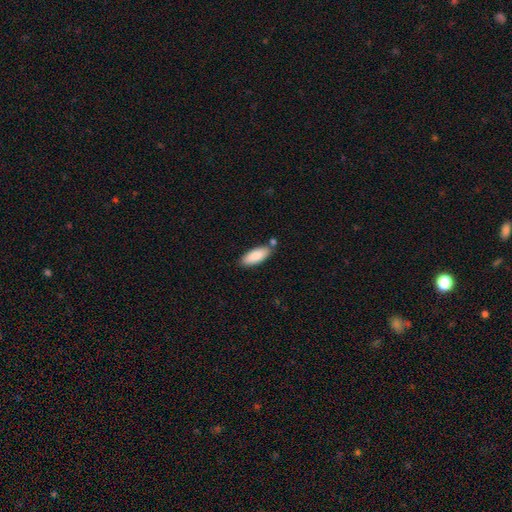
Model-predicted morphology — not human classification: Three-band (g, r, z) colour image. It shows a smooth galaxy with no disk features (87%) that is in between round and cigar-shaped (76%). Merging: none (73%).